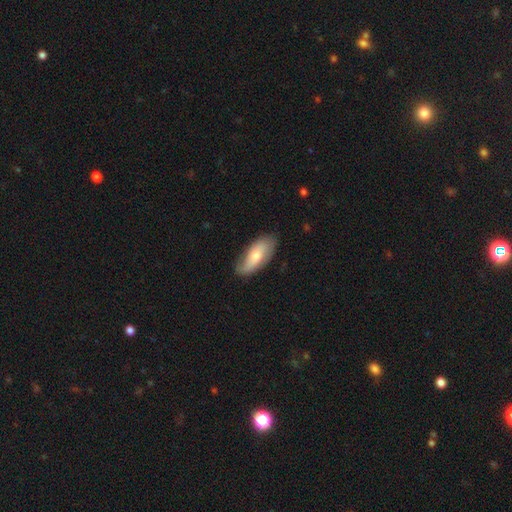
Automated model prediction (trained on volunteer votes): Morphology: type=smooth (59%); roundness=in between (85%); merging=none (73%).